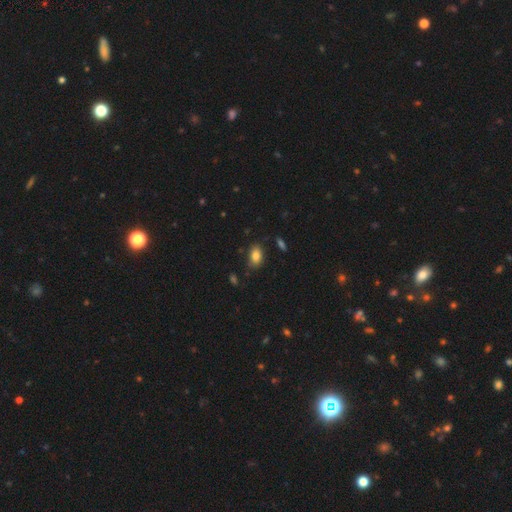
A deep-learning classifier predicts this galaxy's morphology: Q: Smooth or featured?
A: smooth (84%); runner-up: star or artifact (9%)
Q: How rounded?
A: in between (86%); runner-up: round (12%)
Q: Merging?
A: none (80%); runner-up: minor disturbance (14%)